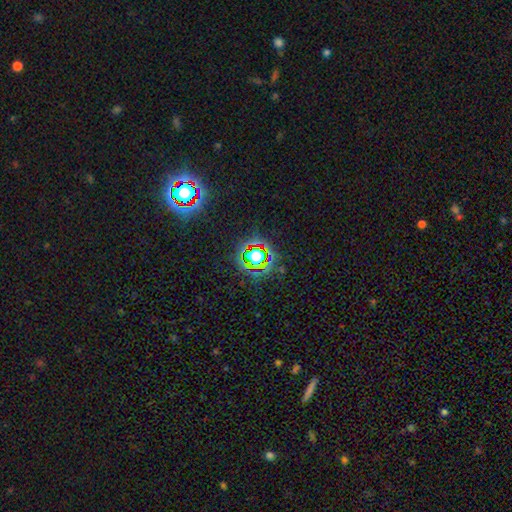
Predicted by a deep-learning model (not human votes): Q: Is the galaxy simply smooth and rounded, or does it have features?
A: star or artifact — 67%.